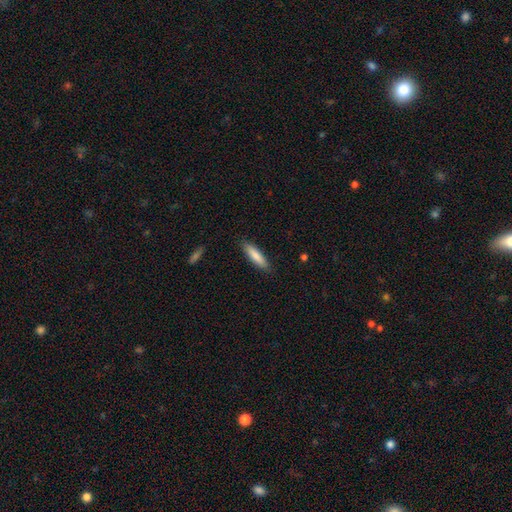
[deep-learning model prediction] Smooth or featured?
  - smooth: 83% *
  - featured or disk: 12%
  - star or artifact: 6%
How rounded?
  - cigar-shaped: 71% *
  - in between: 28%
  - round: 1%
Merging?
  - none: 88% *
  - minor disturbance: 9%
  - major disturbance: 2%
  - merger: 1%